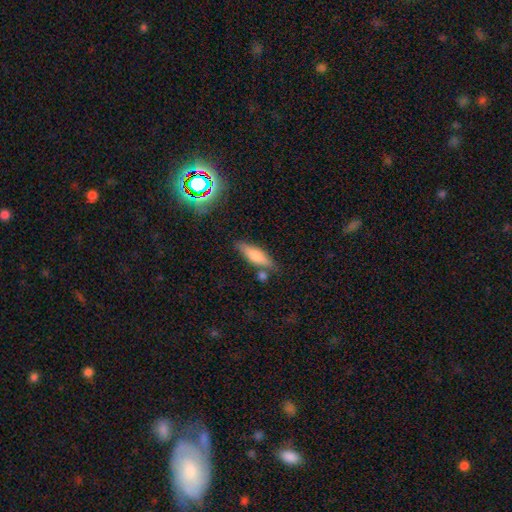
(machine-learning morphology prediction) The model was most divided on "how rounded": cigar-shaped: 58%, in between: 40%, round: 2%. More confident: smooth or featured — smooth (72%); merging — none (71%).